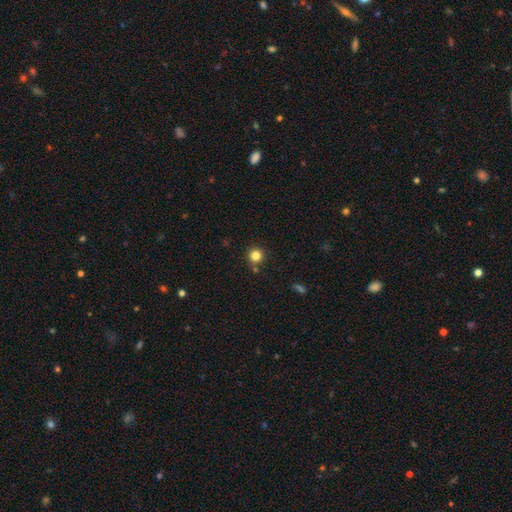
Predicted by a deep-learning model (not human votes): Overall: smooth (82%). How rounded: round (94%). Merging: none (84%).